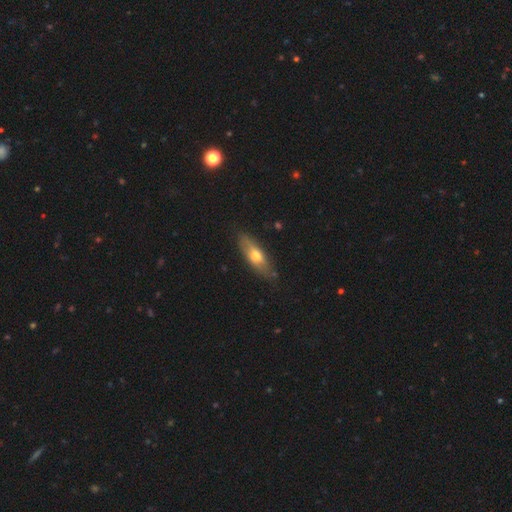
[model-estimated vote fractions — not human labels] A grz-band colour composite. It shows a smooth galaxy with no disk features (55%) that is in between round and cigar-shaped (54%). Merging: none (81%).